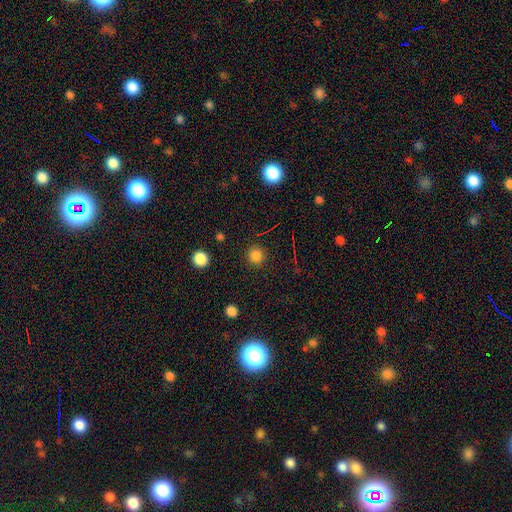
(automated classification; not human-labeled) Overall: smooth (81%). How rounded: round (94%). Merging: none (90%).